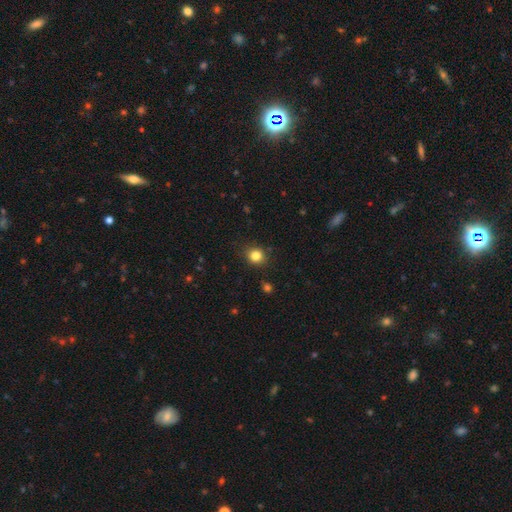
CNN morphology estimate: Smooth or featured? smooth (83%)
How rounded? round (78%)
Merging? none (87%)